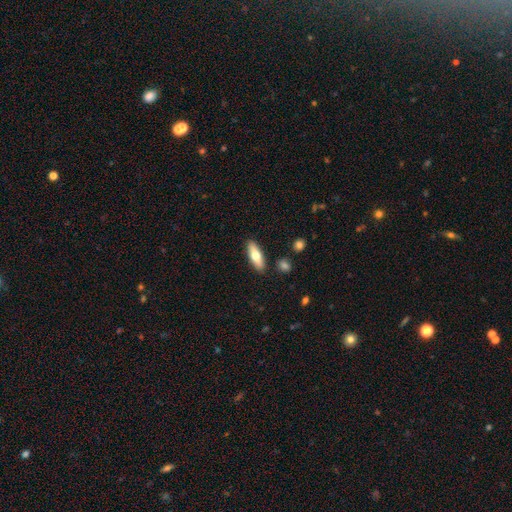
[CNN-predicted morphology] A smooth galaxy with no disk features (66%) that is in between round and cigar-shaped (59%).

Vote fractions:
- Smooth or featured? smooth: 66% / featured or disk: 28% / star or artifact: 6%
- How rounded? in between: 59% / cigar-shaped: 39% / round: 2%
- Merging? none: 88% / minor disturbance: 8% / merger: 2% / major disturbance: 2%